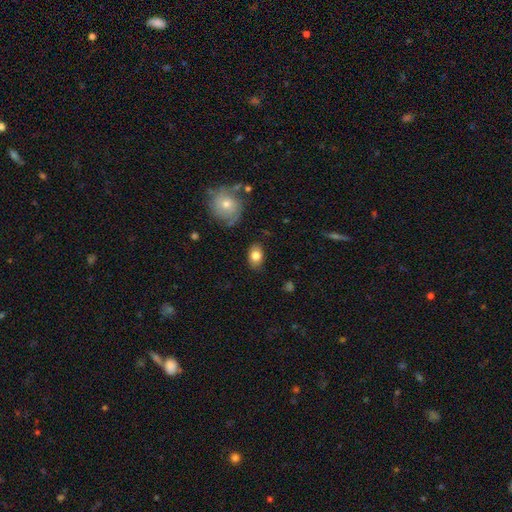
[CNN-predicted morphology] This appears to be a smooth galaxy with no disk features (80%) that is in between round and cigar-shaped (82%). Merging: none (83%).